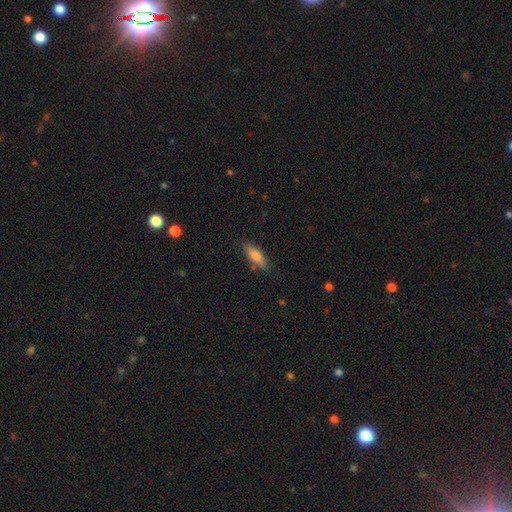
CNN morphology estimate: Q: Smooth or featured?
A: smooth (70%); runner-up: featured or disk (24%)
Q: How rounded?
A: cigar-shaped (51%); runner-up: in between (47%)
Q: Merging?
A: none (78%); runner-up: minor disturbance (16%)